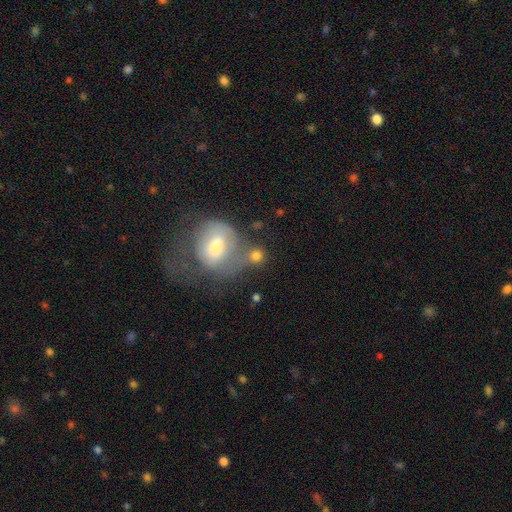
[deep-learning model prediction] A smooth galaxy with no disk features (74%) that is round (79%).

Vote fractions:
- Smooth or featured? smooth: 74% / featured or disk: 14% / star or artifact: 12%
- How rounded? round: 79% / in between: 19% / cigar-shaped: 2%
- Merging? none: 50% / merger: 28% / minor disturbance: 13% / major disturbance: 9%